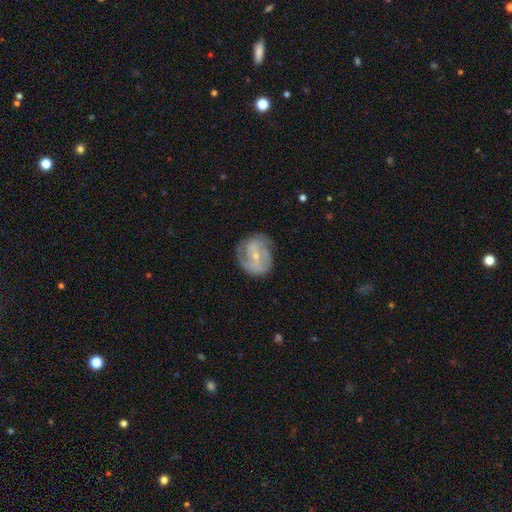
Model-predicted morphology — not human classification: smooth_or_featured: featured or disk (p=0.77) [alt: smooth p=0.16]
disk_edge_on: no (p=0.97) [alt: yes p=0.03]
bar: weak (p=0.45) [alt: no p=0.32]
has_spiral_arms: yes (p=0.90) [alt: no p=0.10]
spiral_winding: medium (p=0.45) [alt: tight p=0.35]
spiral_arm_count: 2 (p=0.60) [alt: can't tell p=0.17]
bulge_size: small (p=0.65) [alt: moderate p=0.31]
merging: none (p=0.71) [alt: minor disturbance p=0.20]